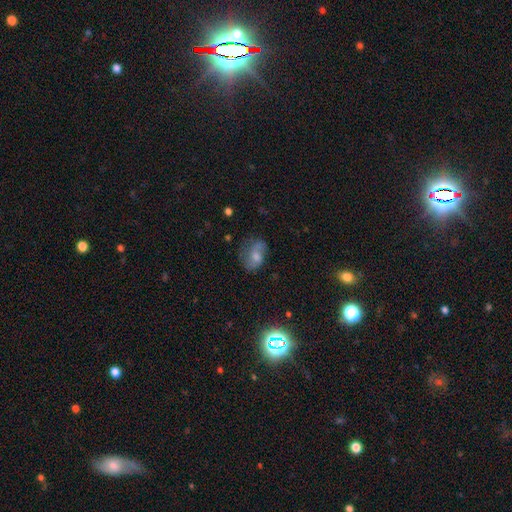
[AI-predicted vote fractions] A smooth galaxy with no disk features (52%) that is in between round and cigar-shaped (77%).

Vote fractions:
- Smooth or featured? smooth: 52% / featured or disk: 37% / star or artifact: 11%
- How rounded? in between: 77% / round: 21% / cigar-shaped: 2%
- Merging? none: 49% / minor disturbance: 28% / major disturbance: 19% / merger: 4%